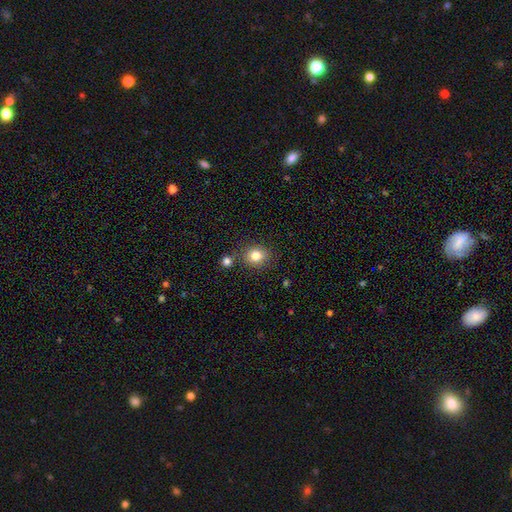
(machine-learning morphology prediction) A smooth galaxy with no disk features (81%) that is round (70%). Merging: none (80%).